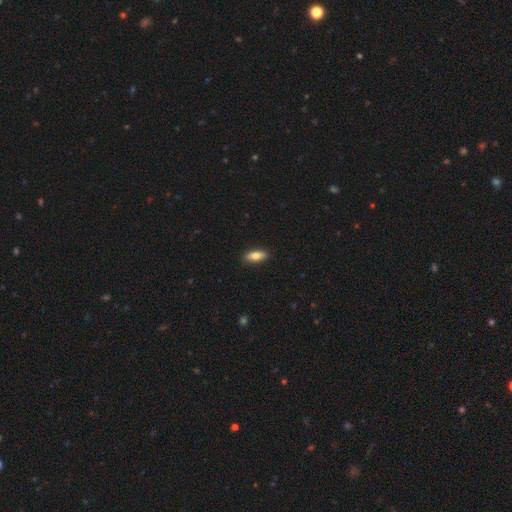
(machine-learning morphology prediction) The model was most divided on "how rounded": in between: 65%, cigar-shaped: 32%, round: 2%. More confident: merging — none (90%); smooth or featured — smooth (76%).